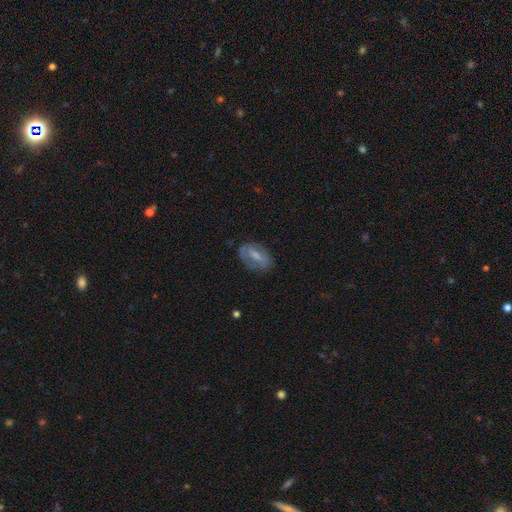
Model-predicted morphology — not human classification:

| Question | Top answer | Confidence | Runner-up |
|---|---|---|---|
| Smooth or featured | smooth | 48% | featured or disk (45%) |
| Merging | none | 69% | minor disturbance (20%) |